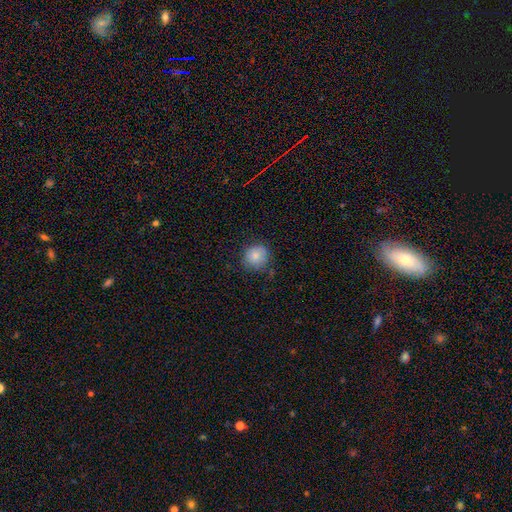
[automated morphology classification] The model was most divided on "merging": none: 77%, minor disturbance: 18%, major disturbance: 4%, merger: 2%. More confident: how rounded — round (88%); smooth or featured — smooth (83%).